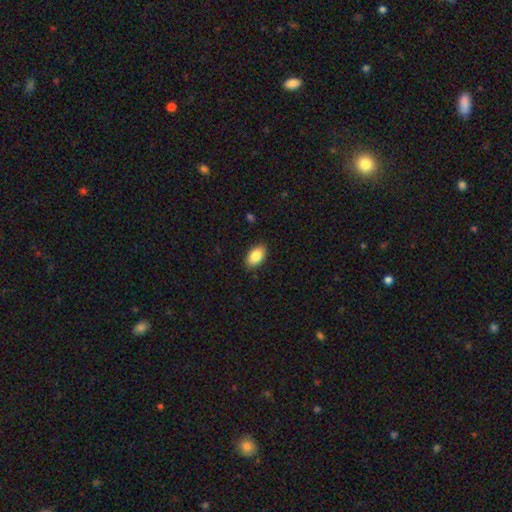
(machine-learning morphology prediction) smooth_or_featured: smooth (p=0.86) [alt: featured or disk p=0.07]
how_rounded: in between (p=0.93) [alt: round p=0.05]
merging: none (p=0.87) [alt: minor disturbance p=0.09]